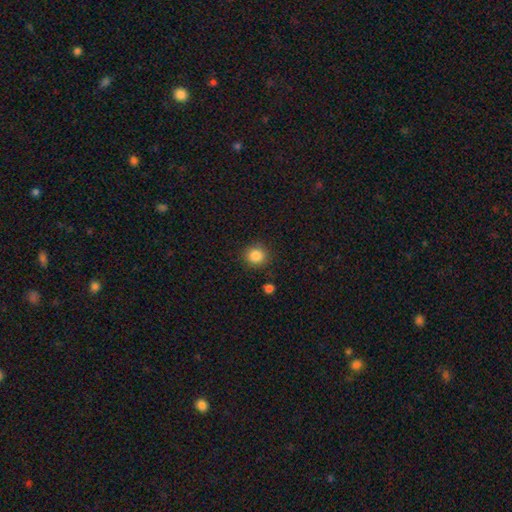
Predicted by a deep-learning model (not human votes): Smooth or featured? Predicted: smooth (p=0.85). How rounded? Predicted: round (p=0.91). Merging? Predicted: none (p=0.88).